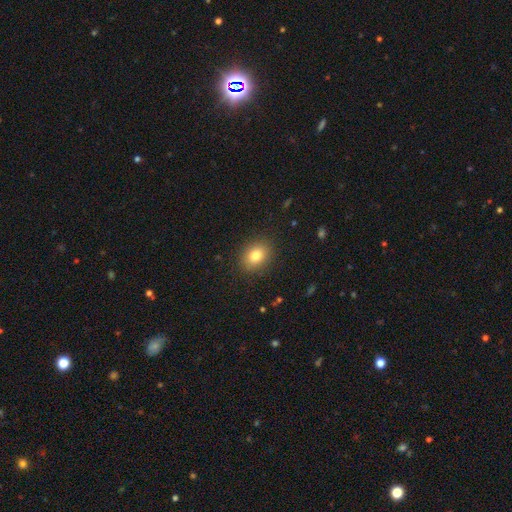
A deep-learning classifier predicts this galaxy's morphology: The model was most divided on "how rounded": in between: 54%, round: 45%, cigar-shaped: 1%. More confident: merging — none (89%); smooth or featured — smooth (82%).